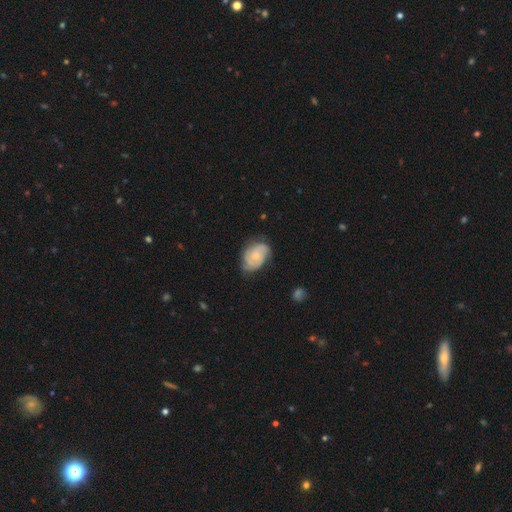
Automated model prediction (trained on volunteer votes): Morphology: type=featured or disk (72%); edge-on=no (97%); bar=no (71%); spiral arms=yes (94%); winding=tight (54%); arm count=2 (44%); bulge=small (55%); merging=none (67%).